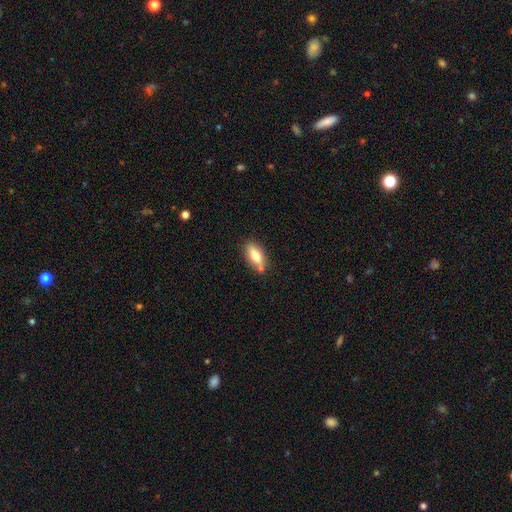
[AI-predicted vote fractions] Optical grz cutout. It shows a smooth galaxy with no disk features (69%) that is in between round and cigar-shaped (74%). Merging: none (73%).